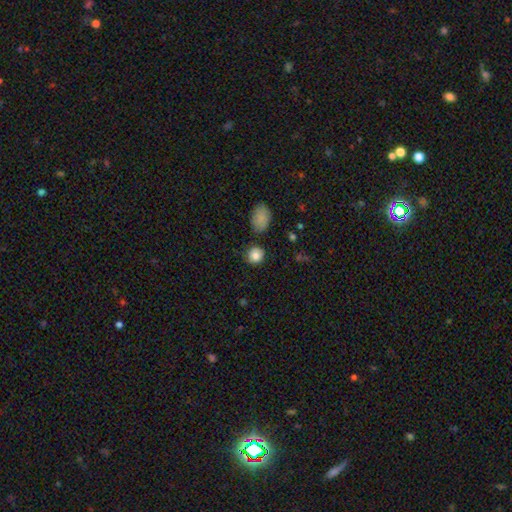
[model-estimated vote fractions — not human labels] This is clearly a smooth galaxy (85%). How rounded: clearly round (85%). Merging: likely none (77%).